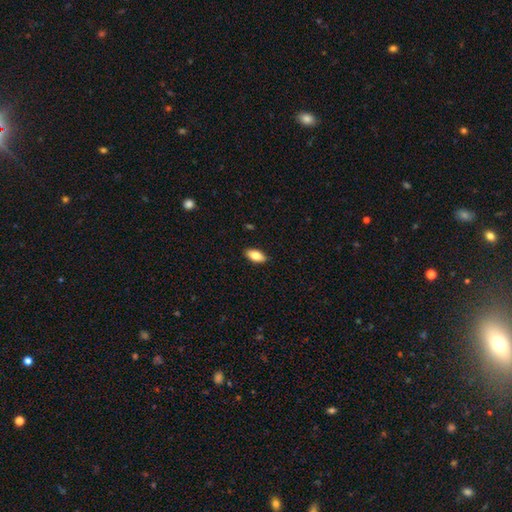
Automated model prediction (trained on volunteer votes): Smooth or featured? Predicted: smooth (p=0.80). How rounded? Predicted: in between (p=0.90). Merging? Predicted: none (p=0.89).